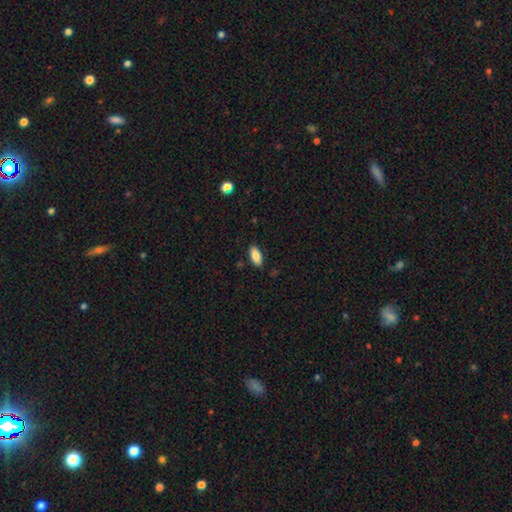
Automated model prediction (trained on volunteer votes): The model was most divided on "how rounded": in between: 87%, cigar-shaped: 11%, round: 2%. More confident: merging — none (87%); smooth or featured — smooth (86%).